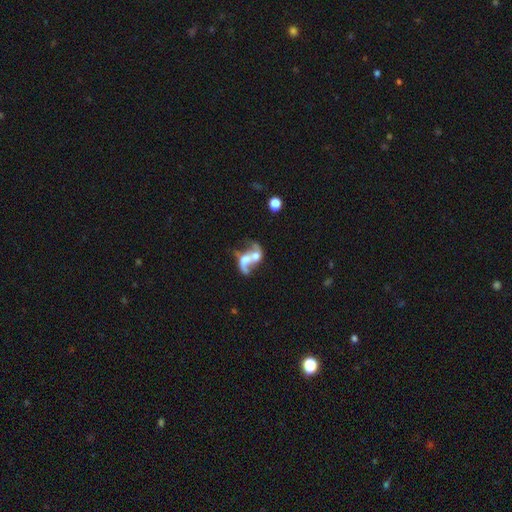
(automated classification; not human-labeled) This is likely a featured or disk galaxy (61%). It is clearly not viewed edge-on (96%). Bar: likely no (71%). Spiral arm pattern: possibly yes (53%). Central bulge: marginally moderate (32%). Merging: likely merger (65%).